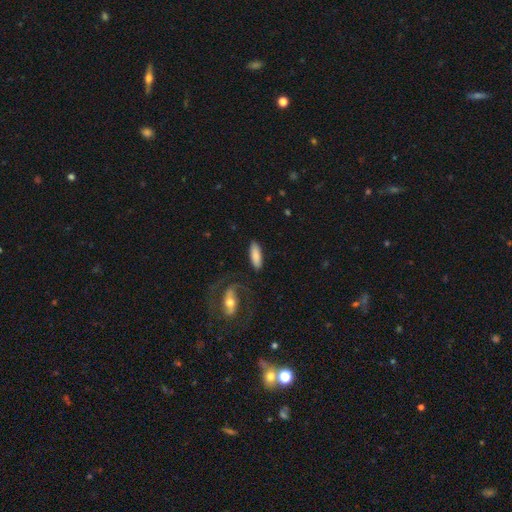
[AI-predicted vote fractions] smooth 78%, featured or disk 16%, star or artifact 6%. Down the decision tree: how rounded — in between (53%); merging — none (81%).